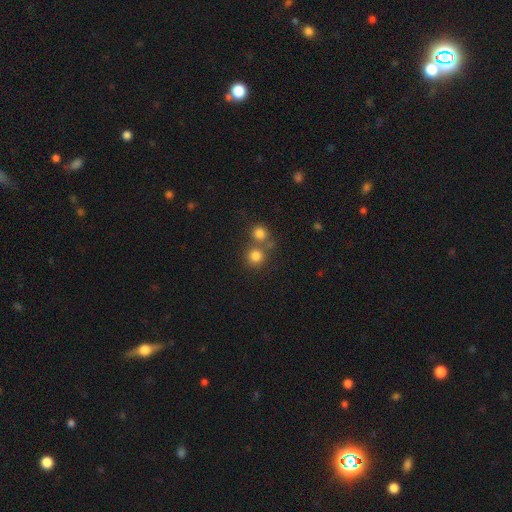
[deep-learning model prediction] smooth_or_featured: smooth (p=0.80) [alt: star or artifact p=0.13]
how_rounded: round (p=0.90) [alt: in between p=0.09]
merging: none (p=0.59) [alt: merger p=0.31]